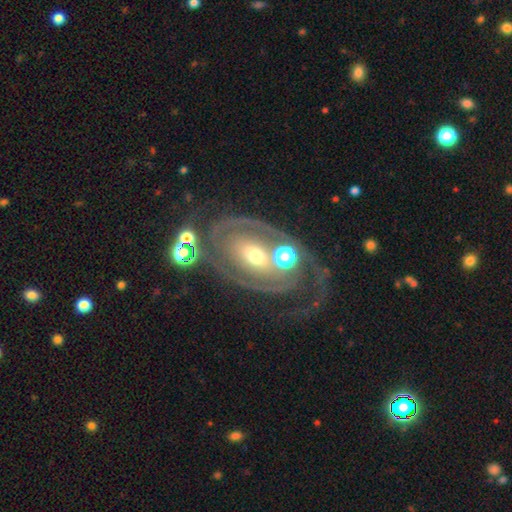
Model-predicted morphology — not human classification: Overall: featured or disk (75%). Edge-on disk: no (95%). Bar: no (65%). Spiral arms: yes (70%). Spiral arm count: 2 (57%; can't tell 21%). Spiral winding: tight (47%; medium 34%). Bulge size: moderate (54%; small 26%). Merging: none (45%; merger 21%).